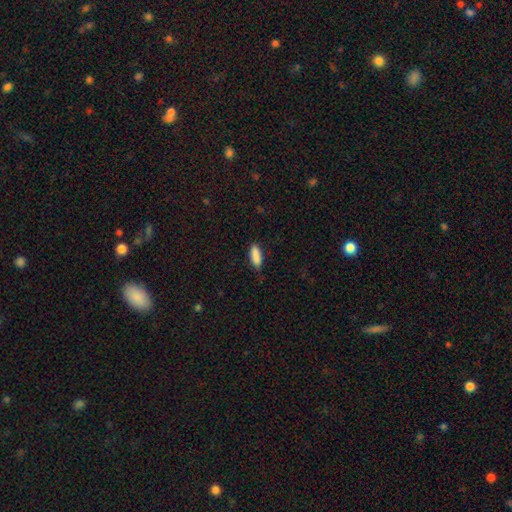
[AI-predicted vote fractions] Overall: smooth (89%). How rounded: in between (64%; cigar-shaped 34%). Merging: none (78%).